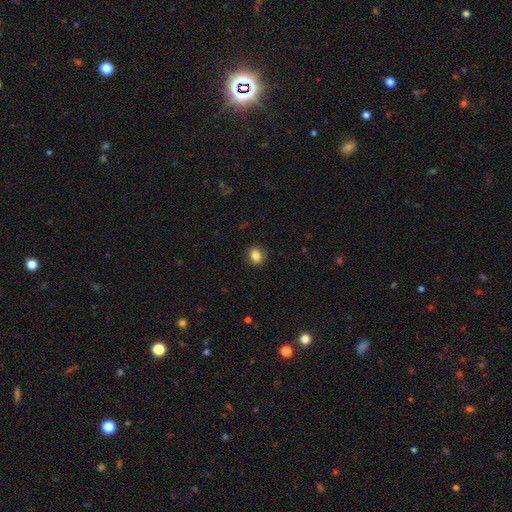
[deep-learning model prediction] This is clearly a smooth galaxy (85%). How rounded: likely round (64%). Merging: clearly none (87%).